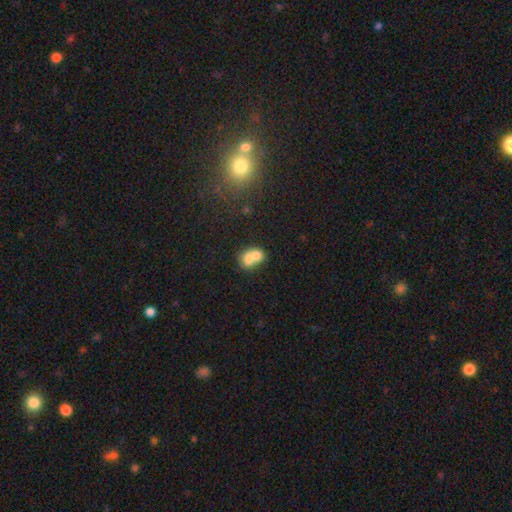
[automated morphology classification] smooth 69%, featured or disk 22%, star or artifact 9%. Down the decision tree: how rounded — round (55%); merging — merger (73%).